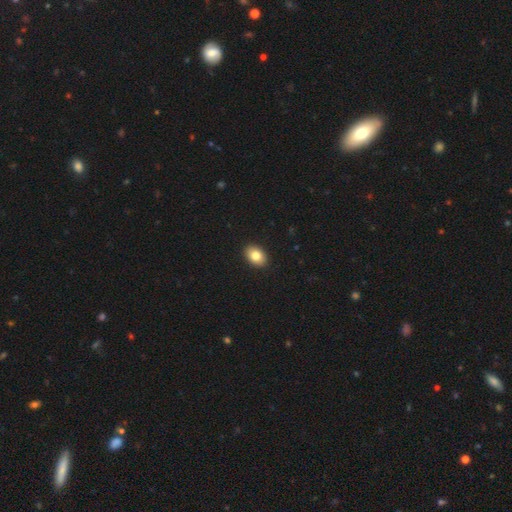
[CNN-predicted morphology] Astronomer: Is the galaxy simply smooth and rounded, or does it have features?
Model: smooth — 82%.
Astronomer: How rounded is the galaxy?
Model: in between — 83%.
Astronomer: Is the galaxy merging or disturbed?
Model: none — 92%.